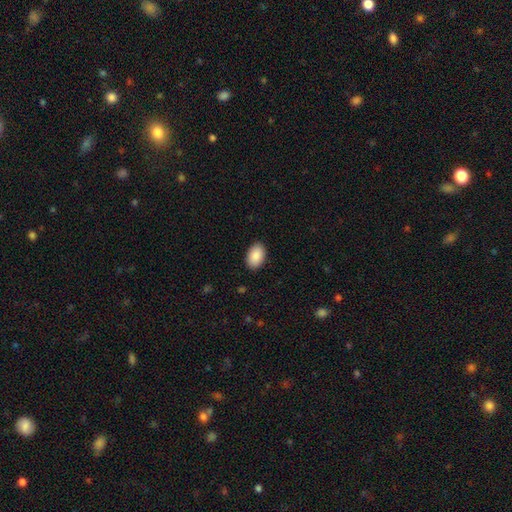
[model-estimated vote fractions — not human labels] A smooth galaxy with no disk features (90%) that is in between round and cigar-shaped (92%).

Vote fractions:
- Smooth or featured? smooth: 90% / star or artifact: 6% / featured or disk: 4%
- How rounded? in between: 92% / round: 7% / cigar-shaped: 1%
- Merging? none: 90% / minor disturbance: 8% / major disturbance: 2% / merger: 1%